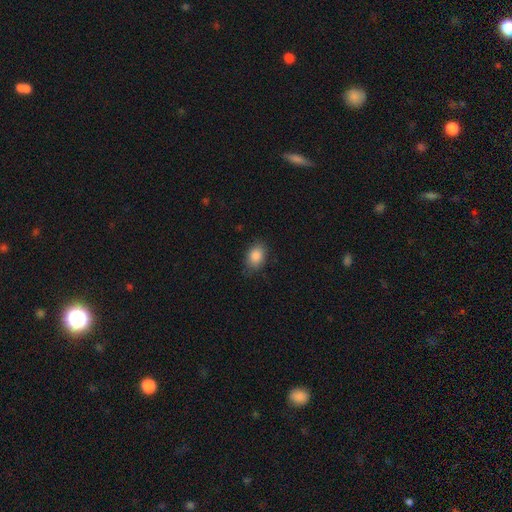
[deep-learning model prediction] This appears to be a smooth galaxy with no disk features (87%) that is in between round and cigar-shaped (77%). Merging: none (80%).